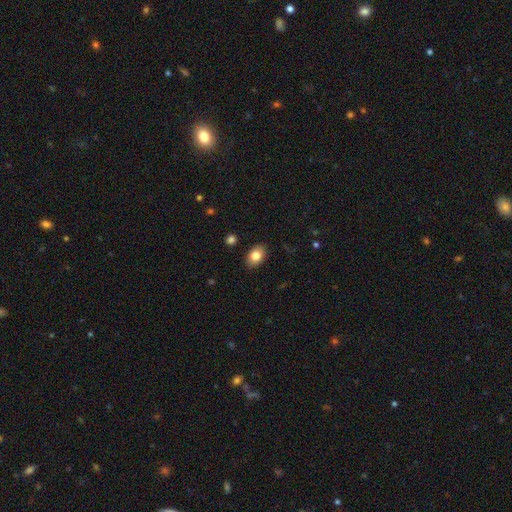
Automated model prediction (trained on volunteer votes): This is clearly a smooth galaxy (82%). How rounded: clearly in between (81%). Merging: clearly none (88%).